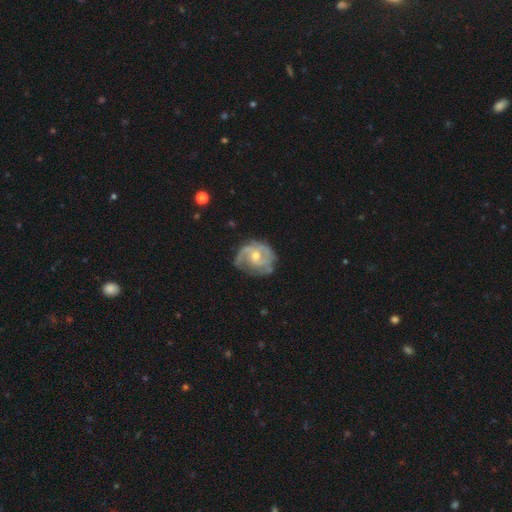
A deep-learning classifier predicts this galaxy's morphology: This appears to be a featured or disk galaxy (82%) with no bar (64%), 2 (41%) tight (48%) spiral arms (92%) and a moderate central bulge (51%). Merging: none (61%).